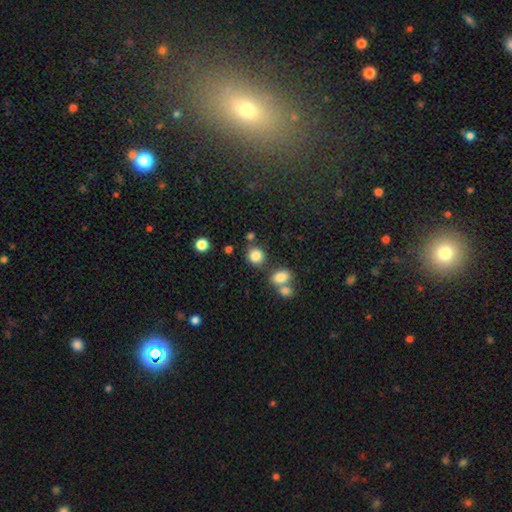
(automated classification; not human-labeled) Overall: smooth (84%). How rounded: round (80%). Merging: none (71%).